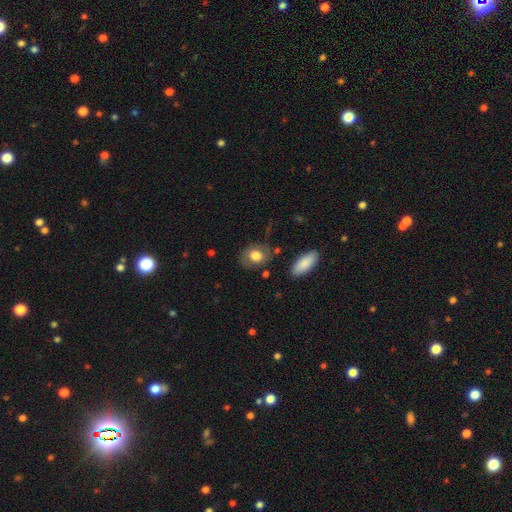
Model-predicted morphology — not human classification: smooth_or_featured: smooth (p=0.74) [alt: featured or disk p=0.18]
how_rounded: in between (p=0.57) [alt: round p=0.42]
merging: none (p=0.73) [alt: minor disturbance p=0.18]